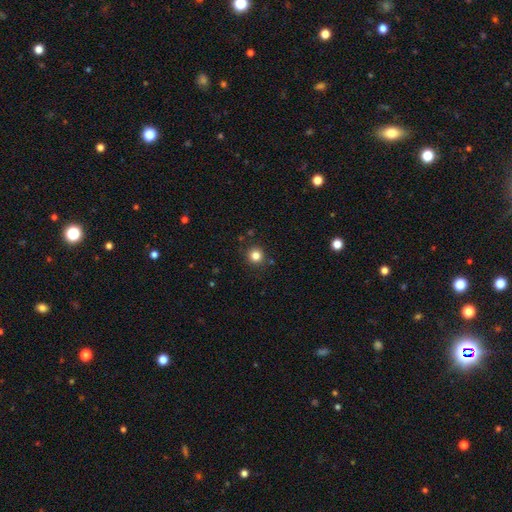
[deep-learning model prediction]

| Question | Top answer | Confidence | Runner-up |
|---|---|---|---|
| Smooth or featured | smooth | 82% | star or artifact (13%) |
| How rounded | round | 94% | in between (5%) |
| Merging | none | 89% | minor disturbance (7%) |